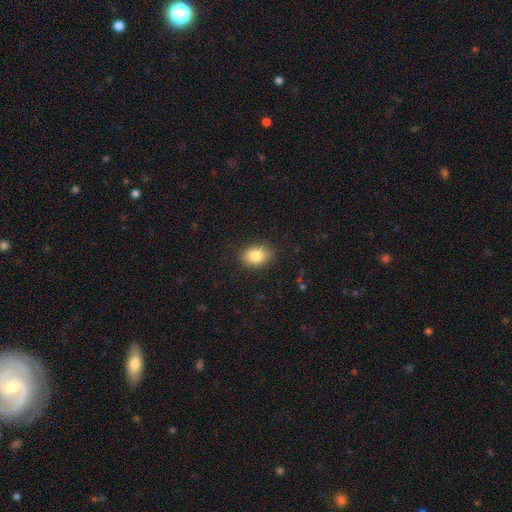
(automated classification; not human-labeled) Morphology: type=smooth (83%); roundness=in between (73%); merging=none (85%).